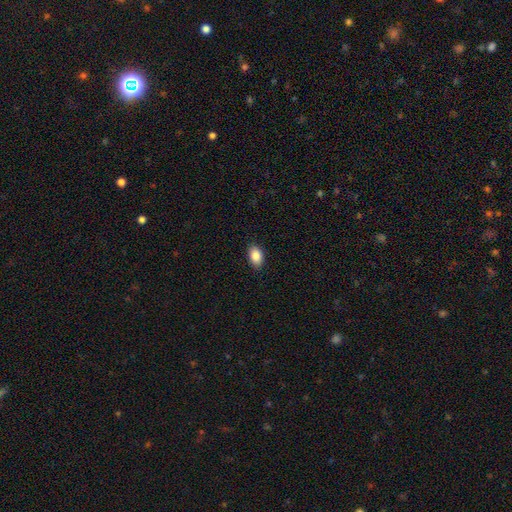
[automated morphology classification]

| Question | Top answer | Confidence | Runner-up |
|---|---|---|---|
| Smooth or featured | smooth | 87% | star or artifact (8%) |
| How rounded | in between | 91% | round (8%) |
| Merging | none | 89% | minor disturbance (8%) |